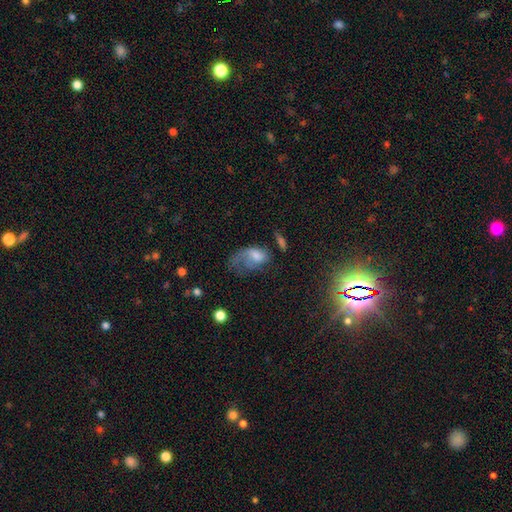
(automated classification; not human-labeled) The model was most divided on "smooth or featured": featured or disk: 47%, smooth: 42%, star or artifact: 12%. More confident: merging — major disturbance (52%).